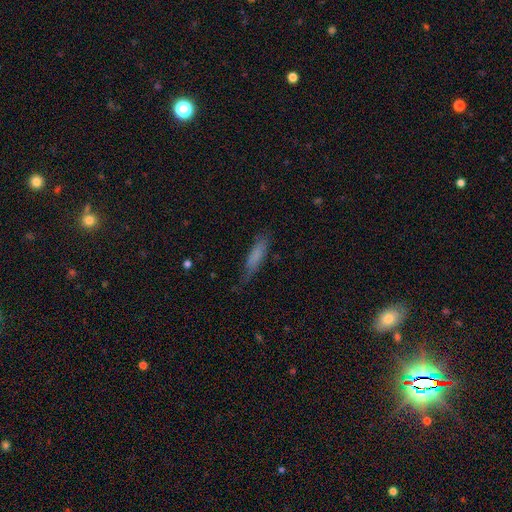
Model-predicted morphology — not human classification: The model was most divided on "merging": none: 66%, minor disturbance: 25%, major disturbance: 7%, merger: 2%. More confident: how rounded — cigar-shaped (76%); smooth or featured — smooth (74%).